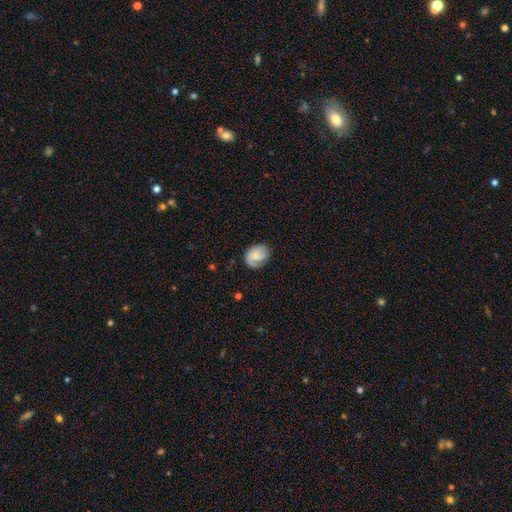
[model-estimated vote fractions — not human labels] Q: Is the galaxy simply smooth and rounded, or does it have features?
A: smooth — 47%.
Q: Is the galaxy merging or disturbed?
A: none — 63%.